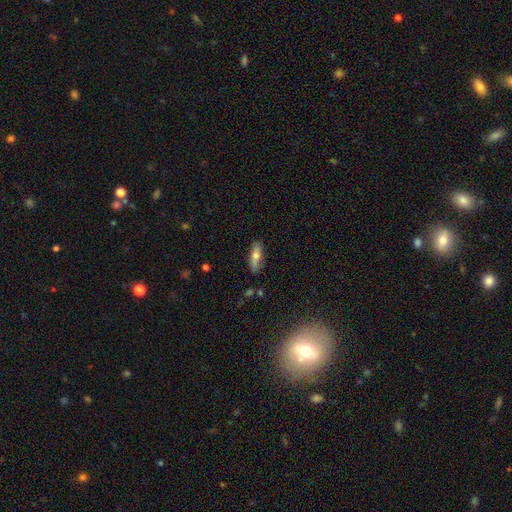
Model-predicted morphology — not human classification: Smooth or featured: smooth — 60% (featured or disk — 33%)
How rounded: in between — 51% (cigar-shaped — 46%)
Merging: none — 83% (minor disturbance — 13%)